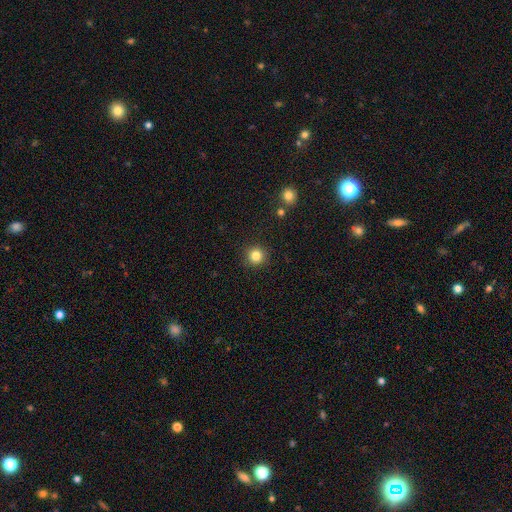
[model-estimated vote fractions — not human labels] This appears to be a smooth galaxy with no disk features (84%) that is round (95%). Merging: none (91%).